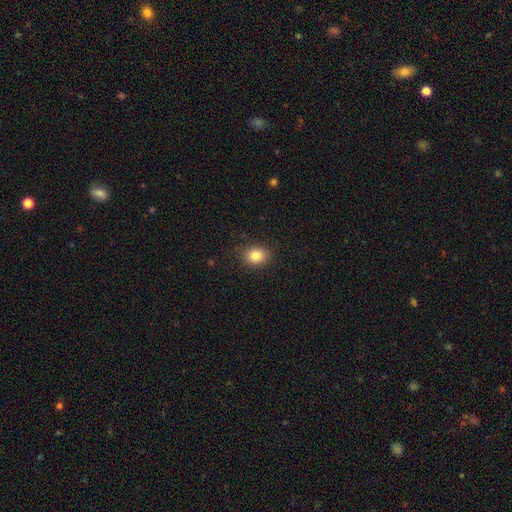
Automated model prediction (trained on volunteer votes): Morphology: type=smooth (83%); roundness=round (61%); merging=none (88%).